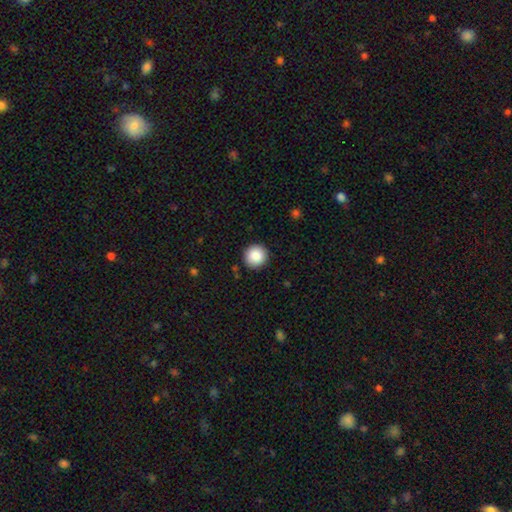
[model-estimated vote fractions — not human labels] smooth_or_featured: smooth (p=0.88) [alt: star or artifact p=0.08]
how_rounded: round (p=0.96) [alt: in between p=0.03]
merging: none (p=0.92) [alt: minor disturbance p=0.05]